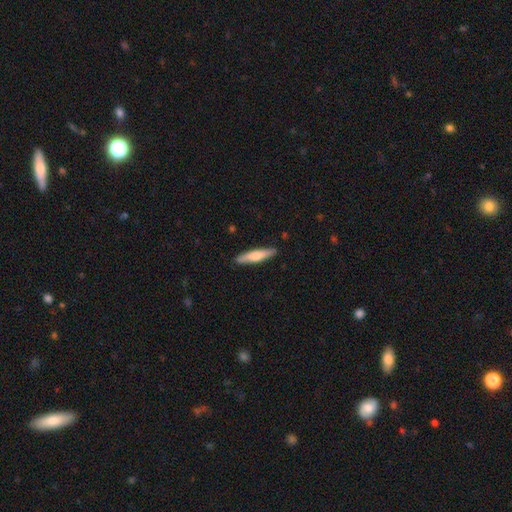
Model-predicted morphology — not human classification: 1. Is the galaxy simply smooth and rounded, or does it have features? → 61% smooth, 34% featured or disk, 5% star or artifact.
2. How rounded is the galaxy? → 85% cigar-shaped, 14% in between, 1% round.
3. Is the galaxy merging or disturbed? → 90% none, 8% minor disturbance, 1% major disturbance, 1% merger.